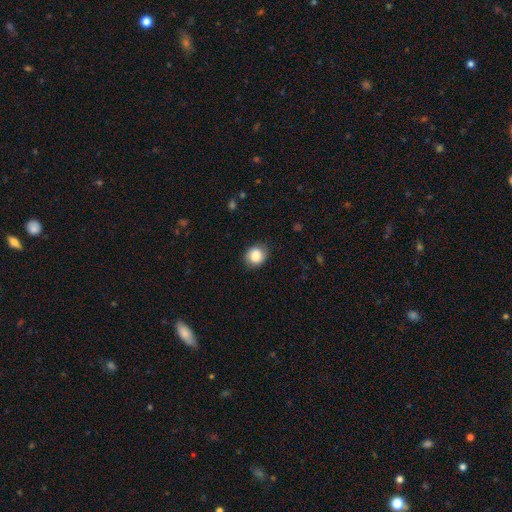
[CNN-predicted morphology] Q: Smooth or featured?
A: smooth (84%); runner-up: star or artifact (8%)
Q: How rounded?
A: round (73%); runner-up: in between (27%)
Q: Merging?
A: none (81%); runner-up: minor disturbance (14%)